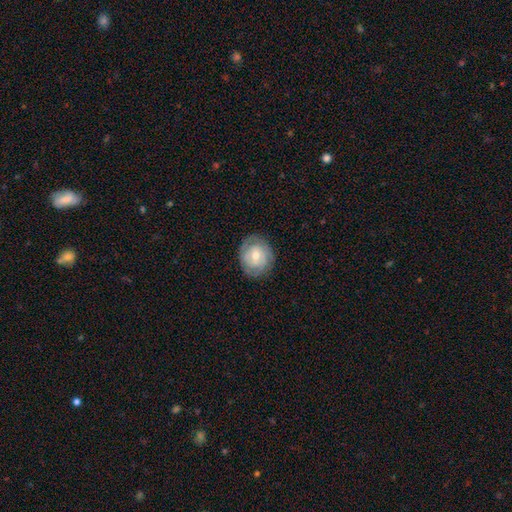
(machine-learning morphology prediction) A featured or disk galaxy (65%) with no bar (64%), tight (71%) spiral arms (82%) and a moderate central bulge (55%).

Vote fractions:
- Smooth or featured? featured or disk: 65% / smooth: 28% / star or artifact: 7%
- Edge-on disk? no: 97% / yes: 3%
- Bar? no: 64% / weak: 30% / strong: 7%
- Spiral arms? yes: 82% / no: 18%
- Spiral winding? tight: 71% / medium: 23% / loose: 6%
- Spiral arm count? can't tell: 39% / 2: 36% / 3: 13% / 1: 5% / 4: 4% / more than 4: 3%
- Bulge size? moderate: 55% / small: 41% / large: 3% / none: 1% / dominant: 1%
- Merging? none: 80% / minor disturbance: 15% / major disturbance: 5% / merger: 1%